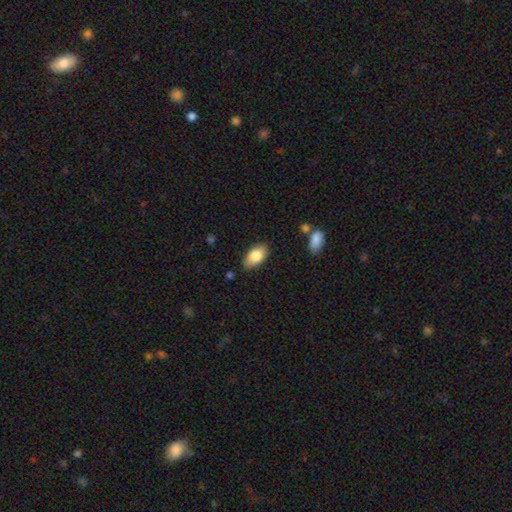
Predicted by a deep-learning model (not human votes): This is clearly a smooth galaxy (82%). How rounded: clearly in between (93%). Merging: clearly none (82%).